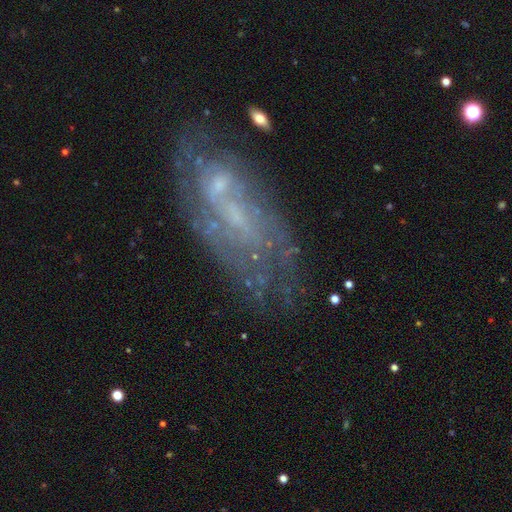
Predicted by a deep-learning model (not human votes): smooth_or_featured: featured or disk (p=0.67) [alt: smooth p=0.21]
disk_edge_on: no (p=0.89) [alt: yes p=0.11]
bar: no (p=0.62) [alt: weak p=0.29]
has_spiral_arms: yes (p=0.51) [alt: no p=0.49]
bulge_size: small (p=0.44) [alt: none p=0.40]
merging: none (p=0.57) [alt: minor disturbance p=0.20]